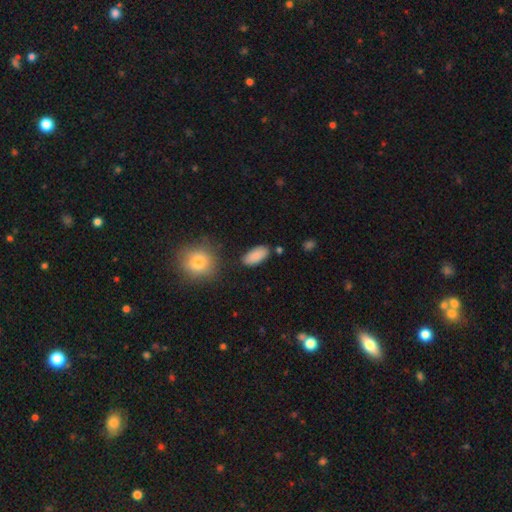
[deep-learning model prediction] smooth-or-featured: smooth: 86% | featured or disk: 7% | star or artifact: 7%
  how-rounded: in between: 92% | cigar-shaped: 5% | round: 3%
  merging: none: 83% | minor disturbance: 11% | merger: 3% | major disturbance: 3%